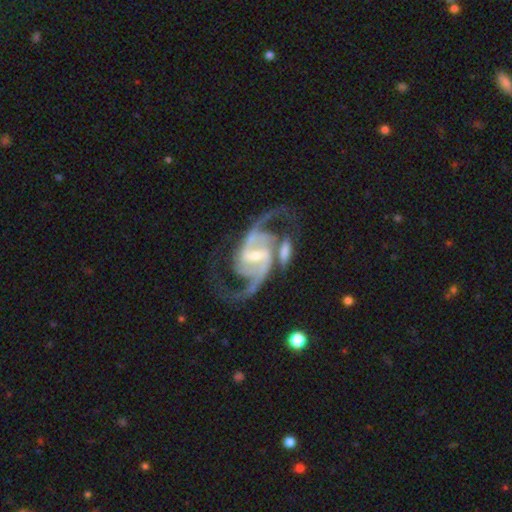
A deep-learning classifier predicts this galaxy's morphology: Smooth or featured?
  - featured or disk: 93% *
  - star or artifact: 4%
  - smooth: 3%
Edge-on disk?
  - no: 98% *
  - yes: 2%
Bar?
  - strong: 47% *
  - weak: 42%
  - no: 12%
Spiral arms?
  - yes: 98% *
  - no: 2%
Spiral winding?
  - medium: 59% *
  - loose: 29%
  - tight: 12%
Spiral arm count?
  - 2: 91% *
  - 3: 3%
  - can't tell: 2%
  - 1: 1%
  - 4: 1%
  - more than 4: 1%
Bulge size?
  - small: 55% *
  - moderate: 35%
  - none: 5%
  - large: 3%
  - dominant: 1%
Merging?
  - none: 58% *
  - minor disturbance: 15%
  - major disturbance: 13%
  - merger: 13%